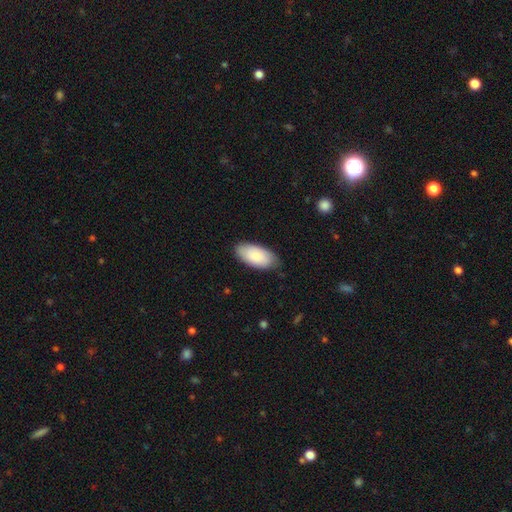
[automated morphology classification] Smooth or featured? smooth (82%)
How rounded? in between (94%)
Merging? none (81%)